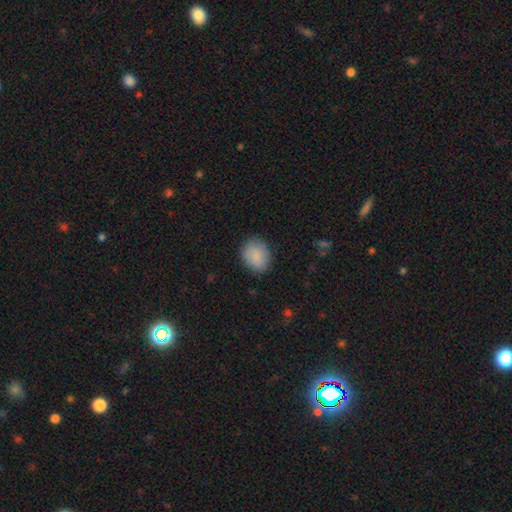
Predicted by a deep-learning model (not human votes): Smooth or featured: smooth — 87% (star or artifact — 7%)
How rounded: in between — 50% (round — 49%)
Merging: none — 85% (minor disturbance — 12%)